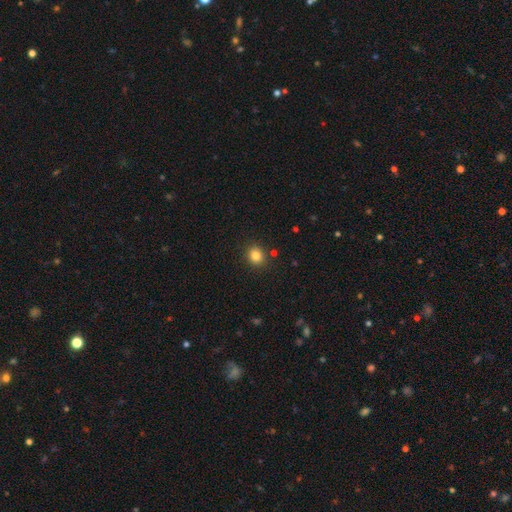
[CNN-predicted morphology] Smooth or featured? smooth (83%)
How rounded? round (79%)
Merging? none (87%)